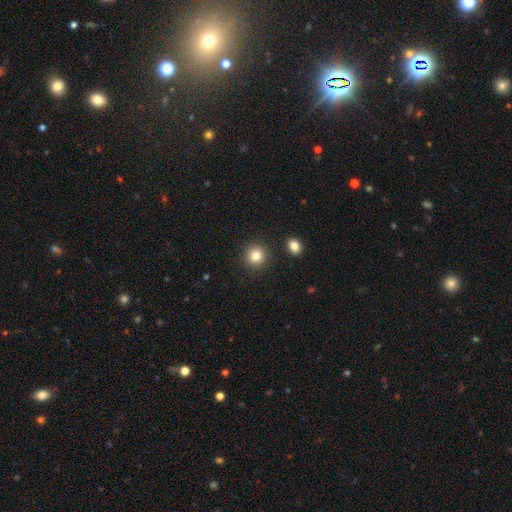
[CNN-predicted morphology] type=smooth (82%); roundness=round (92%); merging=none (89%).